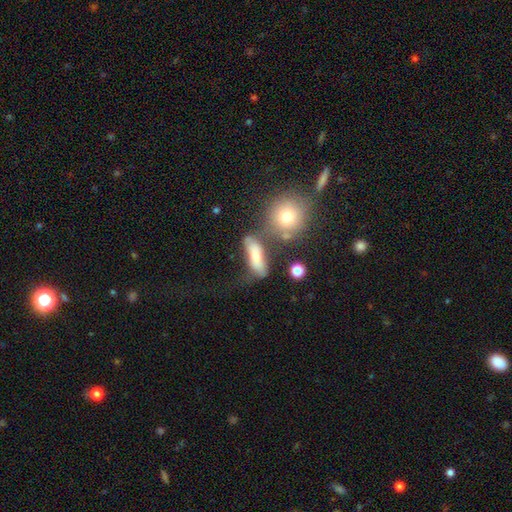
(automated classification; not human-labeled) Smooth or featured? smooth (64%)
How rounded? in between (58%)
Merging? none (46%)